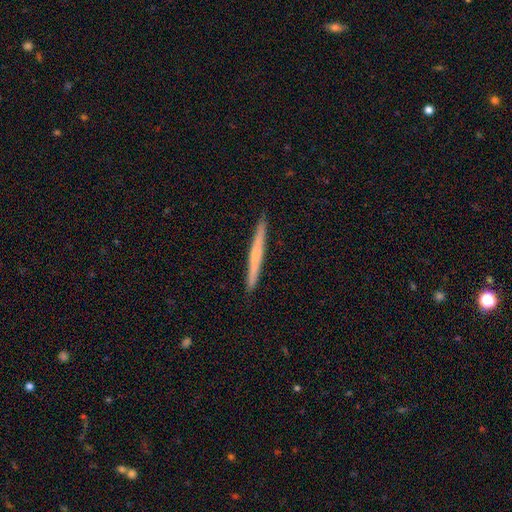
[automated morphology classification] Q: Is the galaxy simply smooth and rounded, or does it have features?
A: featured or disk — 51%.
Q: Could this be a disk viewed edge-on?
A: yes — 98%.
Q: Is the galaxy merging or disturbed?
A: none — 93%.